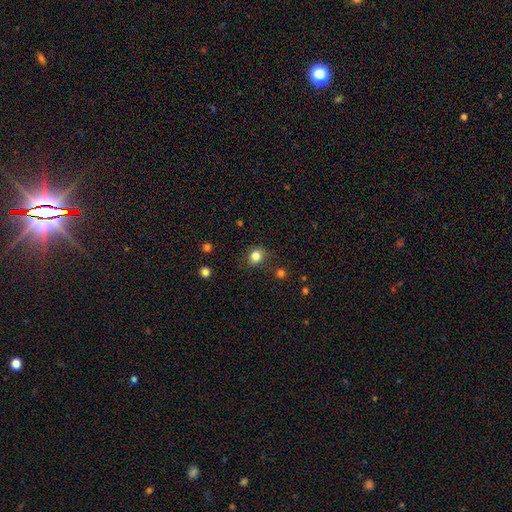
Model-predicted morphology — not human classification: Smooth or featured? smooth (82%)
How rounded? round (70%)
Merging? none (82%)